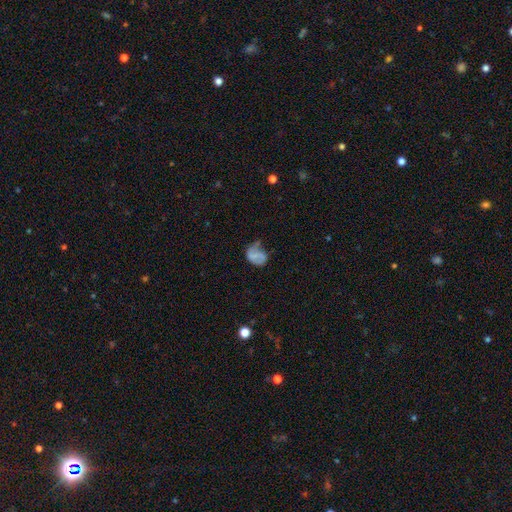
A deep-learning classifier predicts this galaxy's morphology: This appears to be a smooth galaxy with no disk features (51%) that is in between round and cigar-shaped (63%). Merging: minor disturbance (33%).